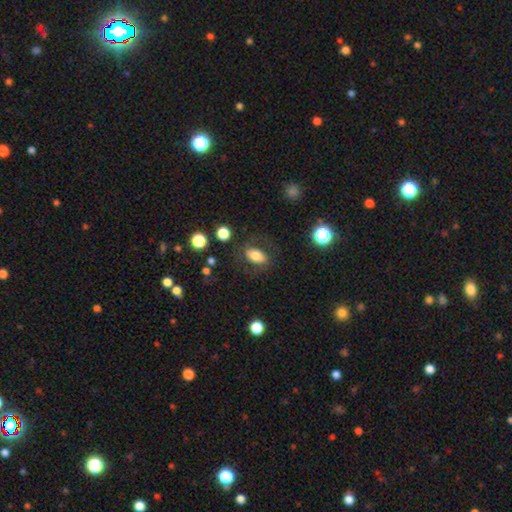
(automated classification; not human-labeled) A smooth galaxy with no disk features (70%) that is in between round and cigar-shaped (85%). Merging: none (73%).